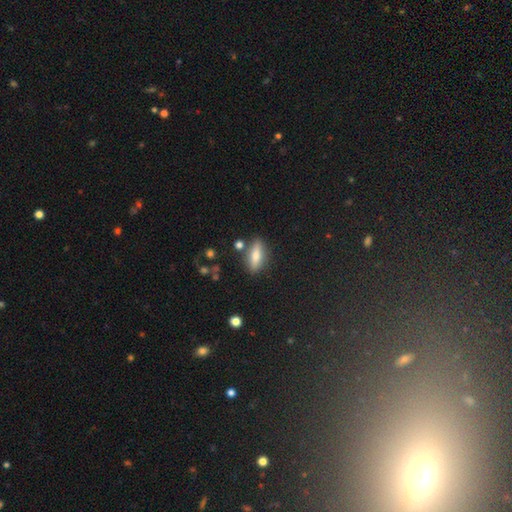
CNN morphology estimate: Overall: smooth (67%). How rounded: in between (58%; cigar-shaped 39%). Merging: none (82%).